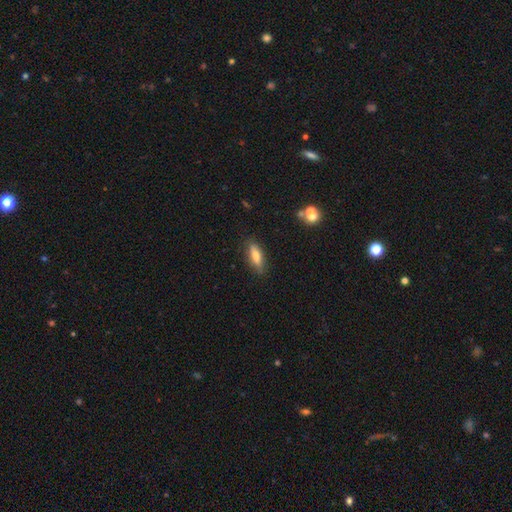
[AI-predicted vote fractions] smooth 67%, featured or disk 25%, star or artifact 7%. Down the decision tree: how rounded — in between (52%); merging — none (84%).